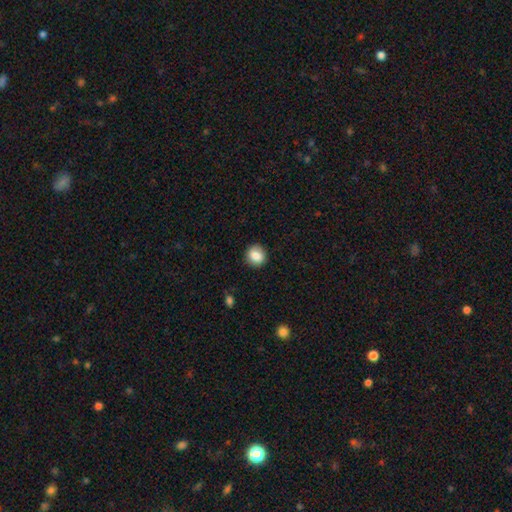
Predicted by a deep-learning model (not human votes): A smooth galaxy with no disk features (85%) that is round (89%). Merging: none (91%).